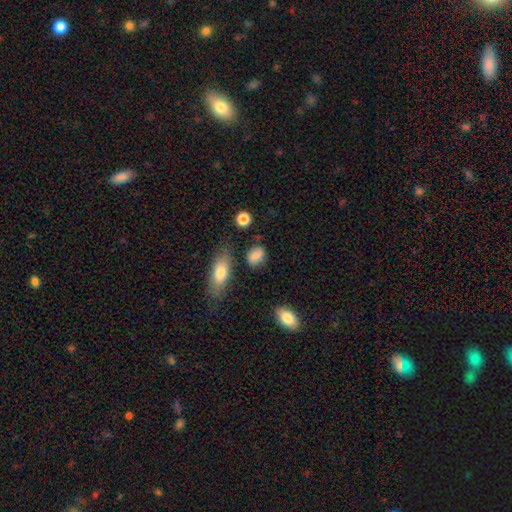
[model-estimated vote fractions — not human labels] A smooth galaxy with no disk features (84%) that is in between round and cigar-shaped (62%). Merging: none (73%).